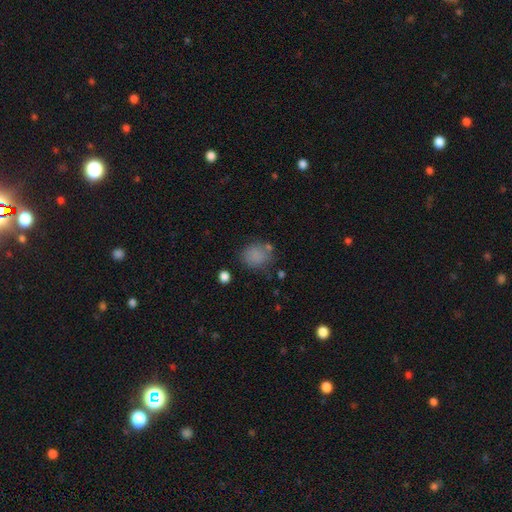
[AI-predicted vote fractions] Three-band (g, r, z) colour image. It shows a smooth galaxy with no disk features (81%) that is round (73%). Merging: none (69%).